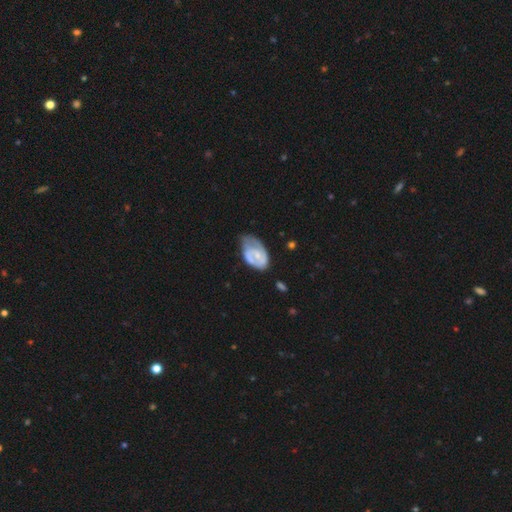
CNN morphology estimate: This is possibly a featured or disk galaxy (59%). It is clearly not viewed edge-on (97%). Bar: possibly no (59%). Spiral arm pattern: likely yes (69%). Central bulge: possibly small (51%). Merging: marginally minor disturbance (41%).